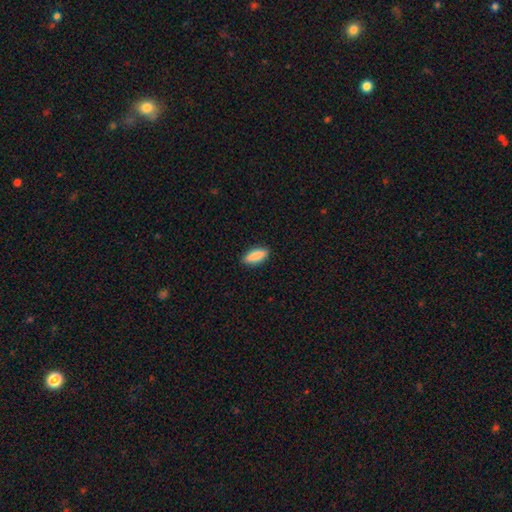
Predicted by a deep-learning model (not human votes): This is clearly a smooth galaxy (87%). How rounded: likely in between (65%). Merging: clearly none (89%).